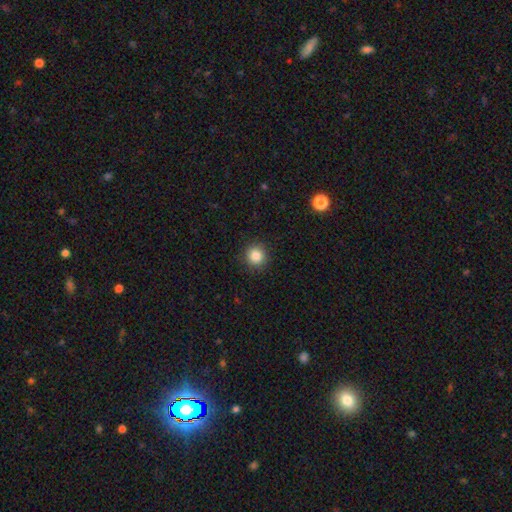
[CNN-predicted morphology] A smooth galaxy with no disk features (85%) that is round (93%).

Vote fractions:
- Smooth or featured? smooth: 85% / star or artifact: 11% / featured or disk: 4%
- How rounded? round: 93% / in between: 6% / cigar-shaped: 1%
- Merging? none: 91% / minor disturbance: 6% / major disturbance: 2% / merger: 1%